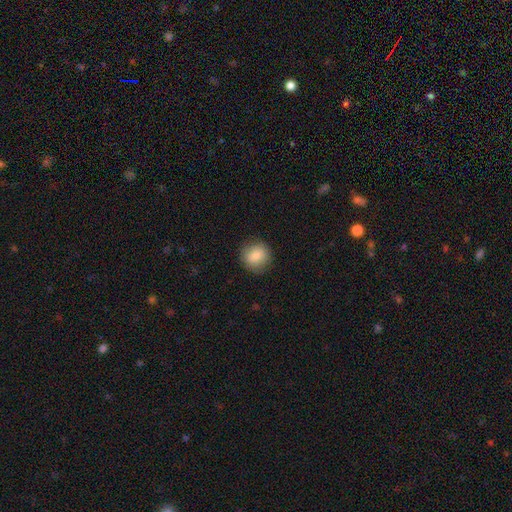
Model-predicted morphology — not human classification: A smooth galaxy with no disk features (83%) that is round (90%). Merging: none (87%).